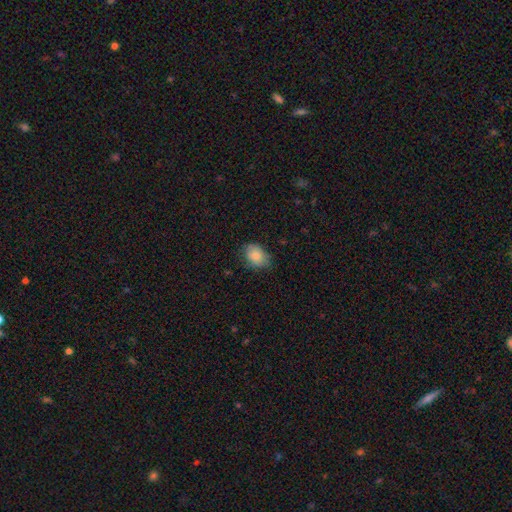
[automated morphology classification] Smooth or featured: smooth — 80% (featured or disk — 12%)
How rounded: in between — 73% (round — 26%)
Merging: none — 68% (minor disturbance — 25%)